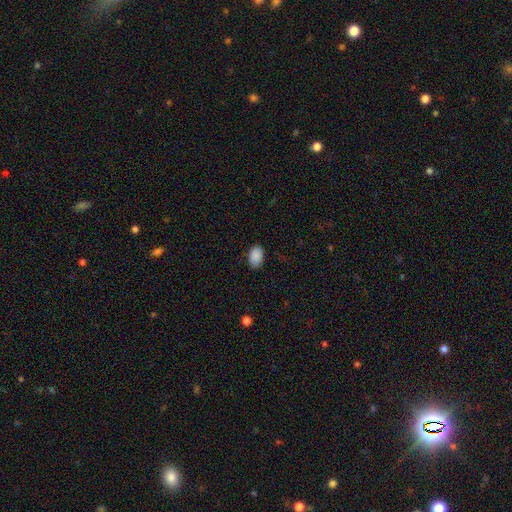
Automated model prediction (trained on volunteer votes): Overall: smooth (89%). How rounded: in between (89%). Merging: none (80%).